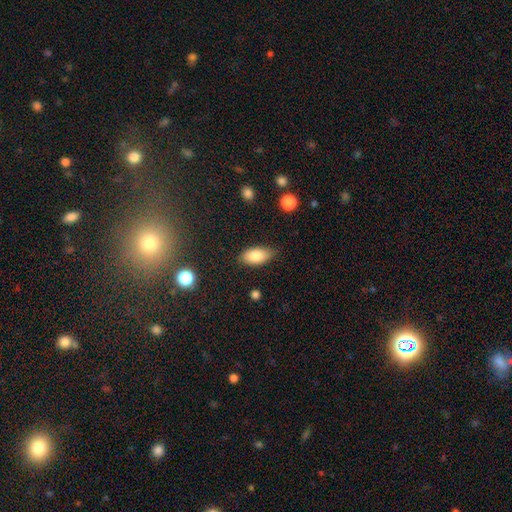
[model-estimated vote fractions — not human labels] Q: Smooth or featured?
A: smooth (84%); runner-up: featured or disk (9%)
Q: How rounded?
A: in between (91%); runner-up: cigar-shaped (6%)
Q: Merging?
A: none (79%); runner-up: minor disturbance (16%)